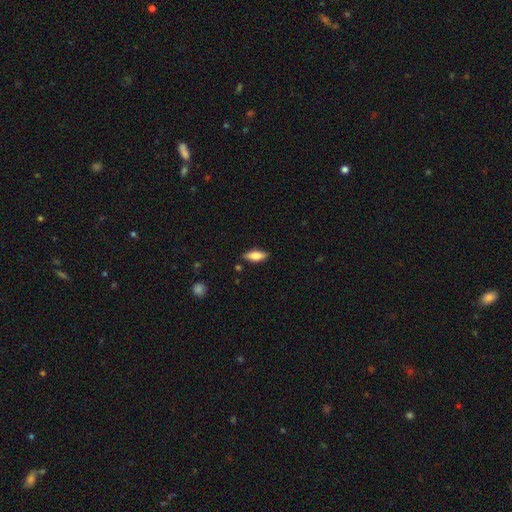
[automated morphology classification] Smooth or featured: smooth — 75% (featured or disk — 18%)
How rounded: in between — 72% (cigar-shaped — 26%)
Merging: none — 86% (minor disturbance — 11%)